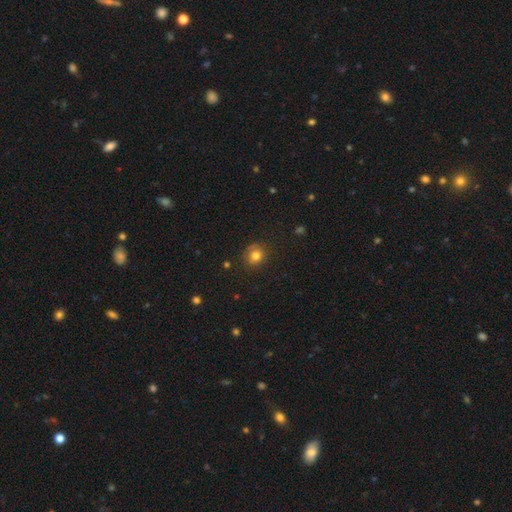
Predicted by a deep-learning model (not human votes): smooth 79%, star or artifact 12%, featured or disk 9%. Down the decision tree: how rounded — round (75%); merging — none (77%).